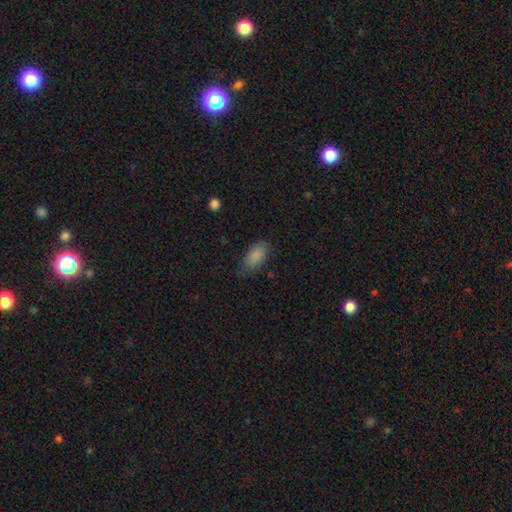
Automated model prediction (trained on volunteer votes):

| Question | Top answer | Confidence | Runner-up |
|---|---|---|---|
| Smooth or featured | smooth | 87% | star or artifact (7%) |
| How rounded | in between | 92% | cigar-shaped (4%) |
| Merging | none | 70% | minor disturbance (23%) |